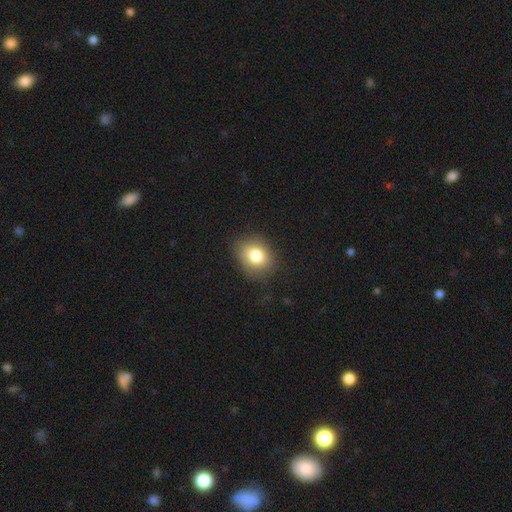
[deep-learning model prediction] Smooth or featured? Predicted: smooth (p=0.80). How rounded? Predicted: round (p=0.51). Merging? Predicted: none (p=0.75).